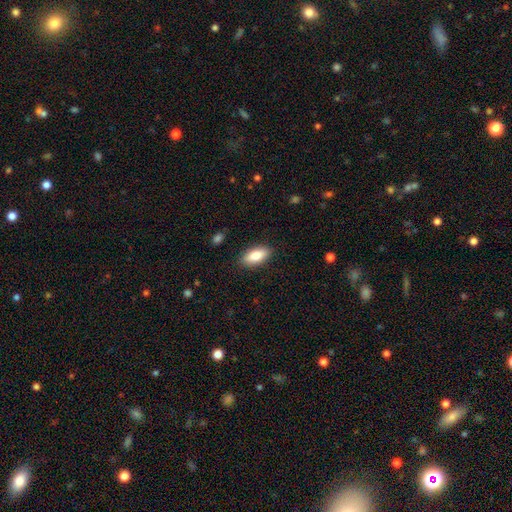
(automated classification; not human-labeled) smooth-or-featured: smooth: 82% | featured or disk: 12% | star or artifact: 7%
  how-rounded: in between: 85% | cigar-shaped: 13% | round: 3%
  merging: none: 88% | minor disturbance: 9% | major disturbance: 2% | merger: 1%